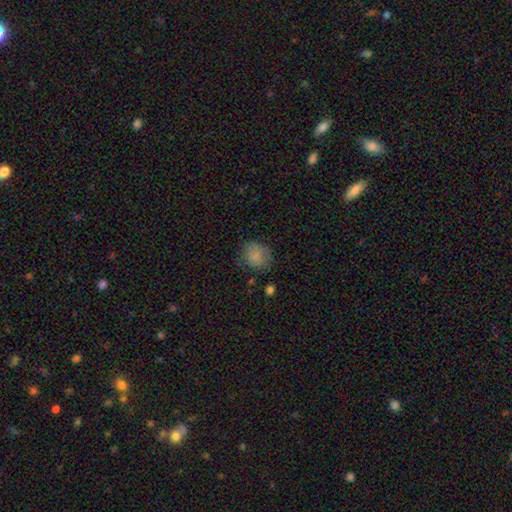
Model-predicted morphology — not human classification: The model was most divided on "how rounded": round: 69%, in between: 30%, cigar-shaped: 1%. More confident: smooth or featured — smooth (80%); merging — none (65%).